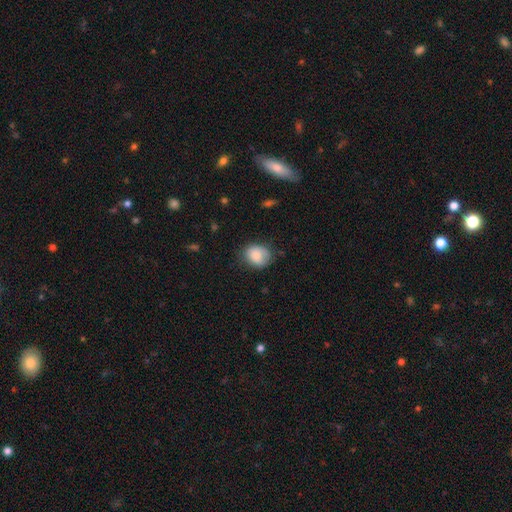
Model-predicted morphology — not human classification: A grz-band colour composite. It shows a smooth galaxy with no disk features (80%) that is round (51%). Merging: none (67%).